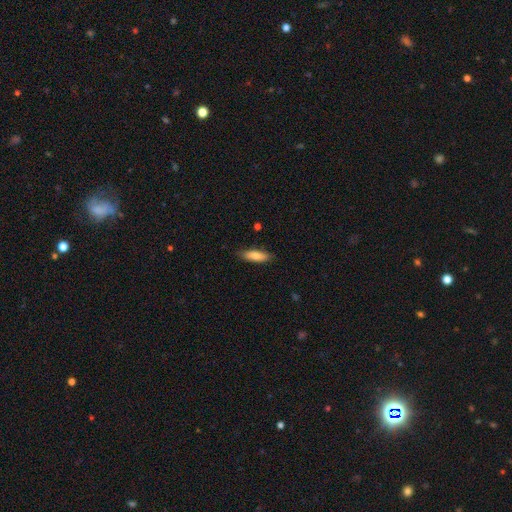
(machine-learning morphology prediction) The model was most divided on "how rounded": cigar-shaped: 50%, in between: 48%, round: 2%. More confident: merging — none (85%); smooth or featured — smooth (80%).